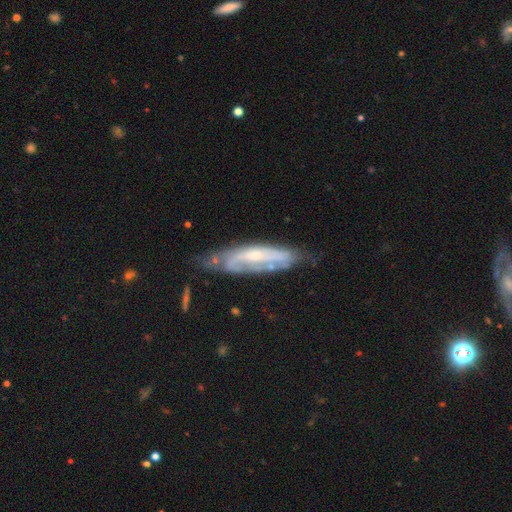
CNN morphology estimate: type=featured or disk (75%); edge-on=no (75%); bar=no (52%); spiral arms=yes (83%); bulge=small (50%); merging=none (52%).